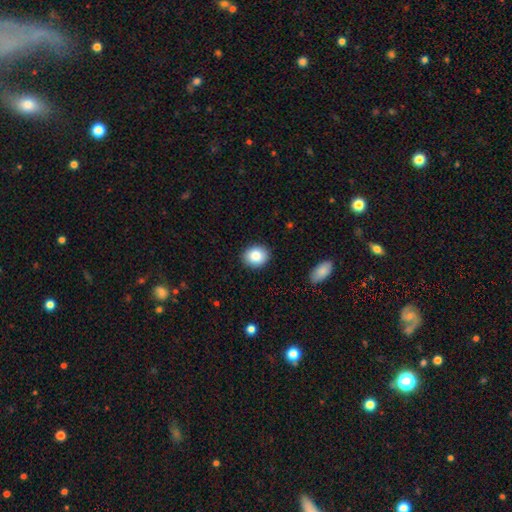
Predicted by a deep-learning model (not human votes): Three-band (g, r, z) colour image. It shows a smooth galaxy with no disk features (84%) that is round (63%). Merging: none (90%).